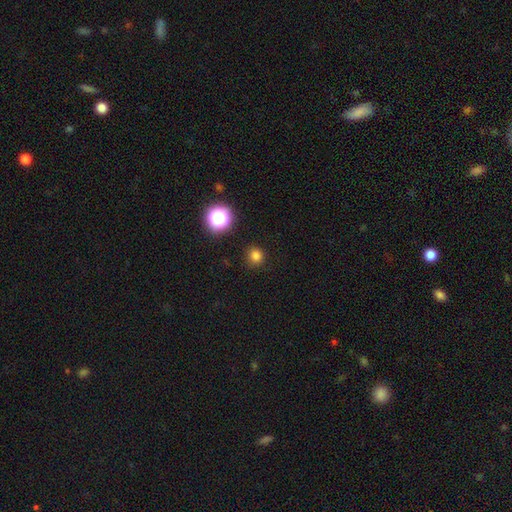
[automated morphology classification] Smooth or featured?
  - smooth: 78% *
  - star or artifact: 18%
  - featured or disk: 4%
How rounded?
  - round: 91% *
  - in between: 8%
  - cigar-shaped: 1%
Merging?
  - none: 89% *
  - minor disturbance: 7%
  - major disturbance: 2%
  - merger: 2%